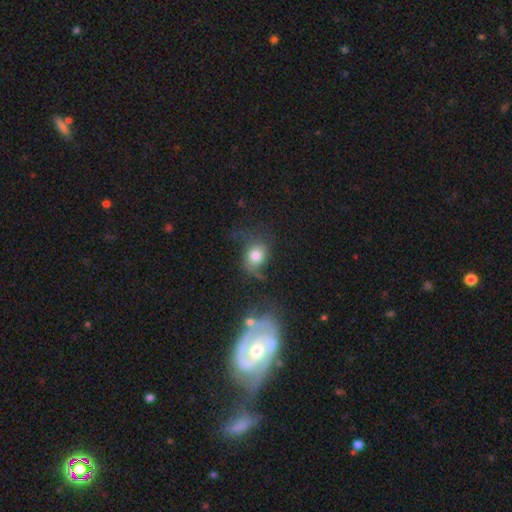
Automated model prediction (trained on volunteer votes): smooth 67%, featured or disk 21%, star or artifact 12%. Down the decision tree: how rounded — round (57%); merging — none (40%).